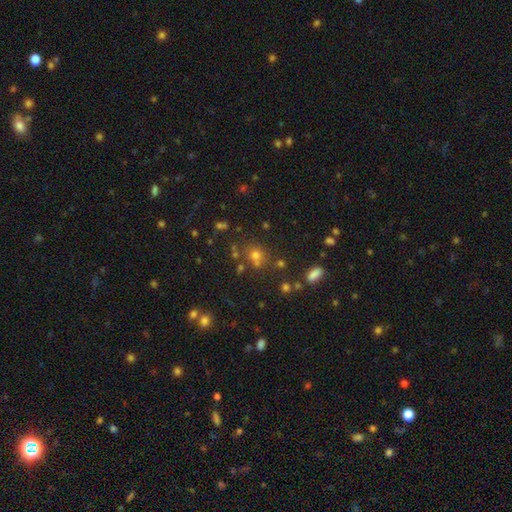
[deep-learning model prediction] Overall: smooth (60%; star or artifact 29%). How rounded: round (81%). Merging: none (67%).